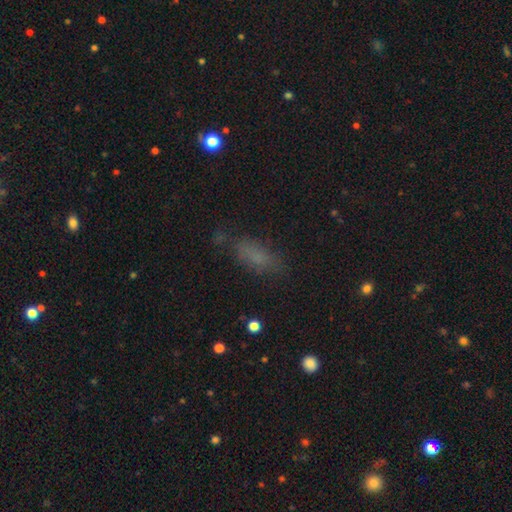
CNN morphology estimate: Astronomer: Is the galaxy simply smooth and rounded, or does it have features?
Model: smooth — 69%.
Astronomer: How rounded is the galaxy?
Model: in between — 72%.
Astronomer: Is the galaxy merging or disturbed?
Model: none — 68%.